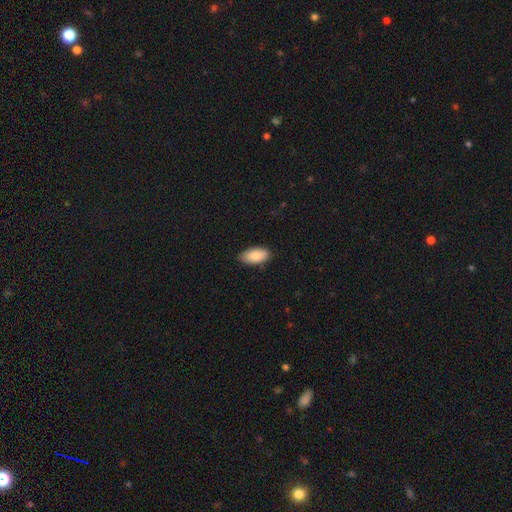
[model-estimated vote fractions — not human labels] The model was most divided on "merging": none: 85%, minor disturbance: 12%, major disturbance: 2%, merger: 1%. More confident: how rounded — in between (93%); smooth or featured — smooth (86%).